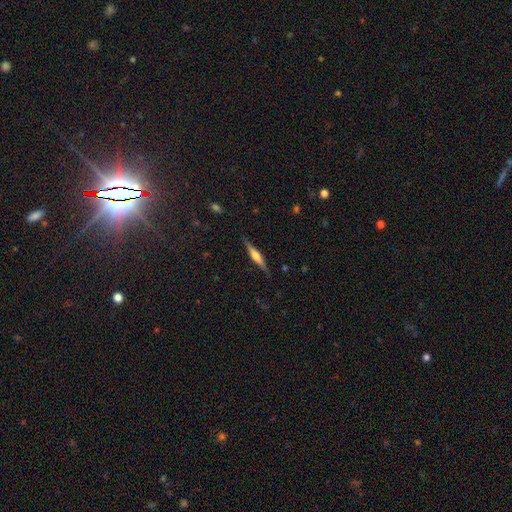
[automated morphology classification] smooth_or_featured: featured or disk (p=0.65) [alt: smooth p=0.29]
disk_edge_on: yes (p=0.97) [alt: no p=0.03]
edge_on_bulge: rounded (p=0.76) [alt: boxy p=0.15]
merging: none (p=0.87) [alt: minor disturbance p=0.09]